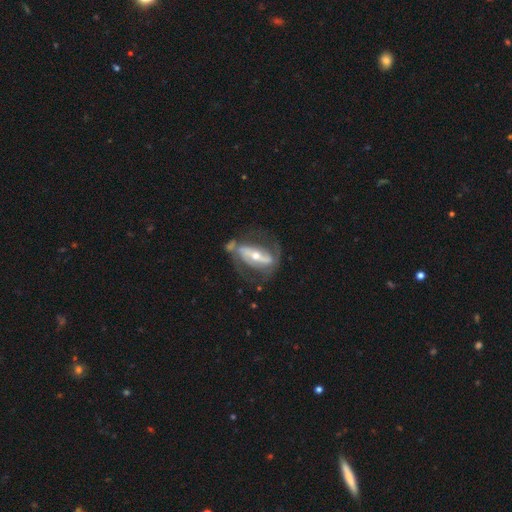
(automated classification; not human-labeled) Q: Smooth or featured?
A: featured or disk (81%); runner-up: smooth (14%)
Q: Edge-on disk?
A: no (87%); runner-up: yes (13%)
Q: Bar?
A: strong (63%); runner-up: weak (19%)
Q: Spiral arms?
A: yes (78%); runner-up: no (22%)
Q: Spiral winding?
A: medium (41%); runner-up: loose (31%)
Q: Spiral arm count?
A: 2 (79%); runner-up: can't tell (12%)
Q: Bulge size?
A: moderate (52%); runner-up: small (43%)
Q: Merging?
A: none (50%); runner-up: minor disturbance (21%)